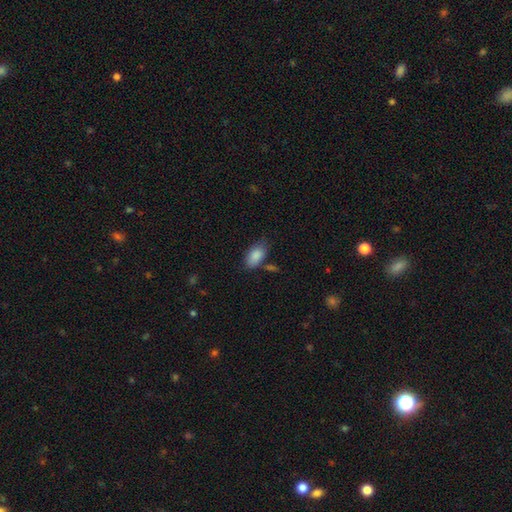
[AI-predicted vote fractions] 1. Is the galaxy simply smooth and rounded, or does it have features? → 88% smooth, 7% star or artifact, 6% featured or disk.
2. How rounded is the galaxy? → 93% in between, 4% round, 3% cigar-shaped.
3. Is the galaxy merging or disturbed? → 67% none, 21% minor disturbance, 8% merger, 5% major disturbance.